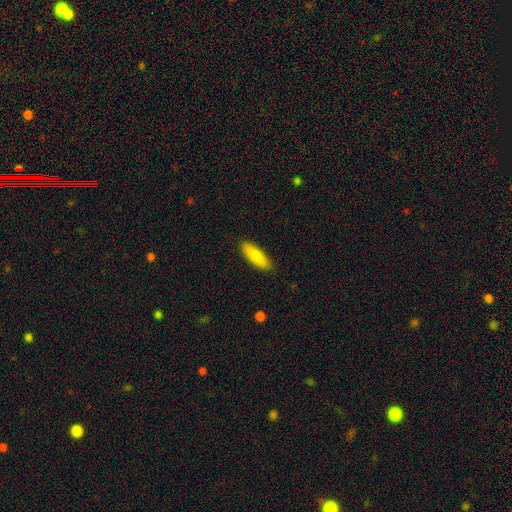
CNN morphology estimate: The model was most divided on "how rounded": cigar-shaped: 54%, in between: 44%, round: 2%. More confident: merging — none (88%); smooth or featured — smooth (83%).